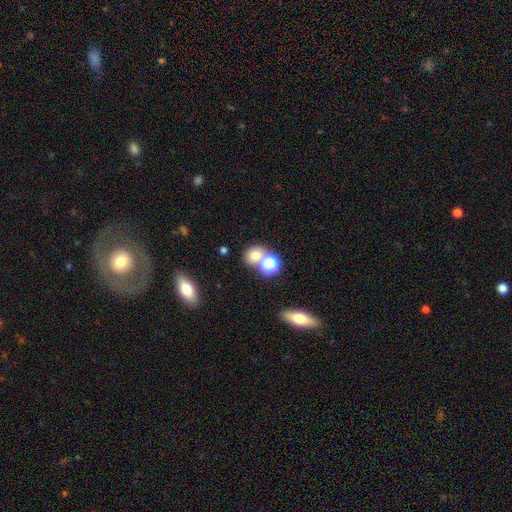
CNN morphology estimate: This is likely a smooth galaxy (71%). How rounded: likely round (62%). Merging: possibly none (51%).